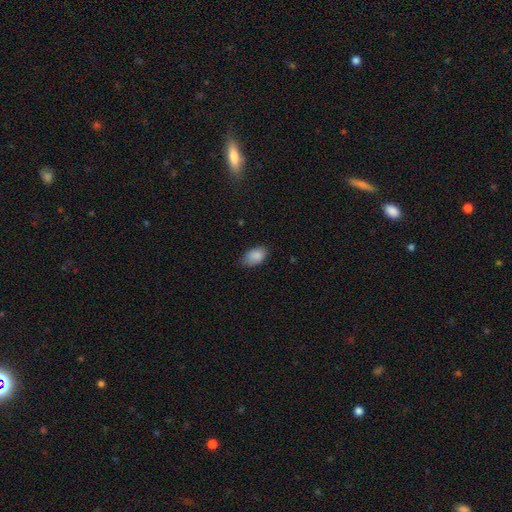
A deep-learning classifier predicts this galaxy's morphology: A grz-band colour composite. It shows a smooth galaxy with no disk features (88%) that is in between round and cigar-shaped (91%). Merging: none (75%).